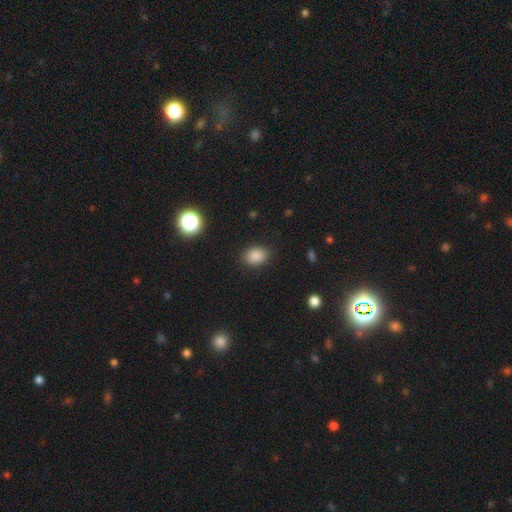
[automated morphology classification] smooth 85%, star or artifact 10%, featured or disk 4%. Down the decision tree: how rounded — in between (68%); merging — none (87%).